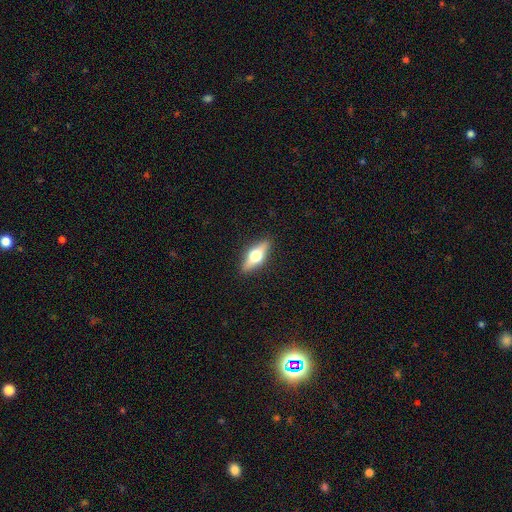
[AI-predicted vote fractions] Q: Smooth or featured?
A: featured or disk (55%); runner-up: smooth (39%)
Q: Edge-on disk?
A: yes (92%); runner-up: no (8%)
Q: Edge-on bulge?
A: rounded (95%); runner-up: boxy (3%)
Q: Merging?
A: none (89%); runner-up: minor disturbance (8%)